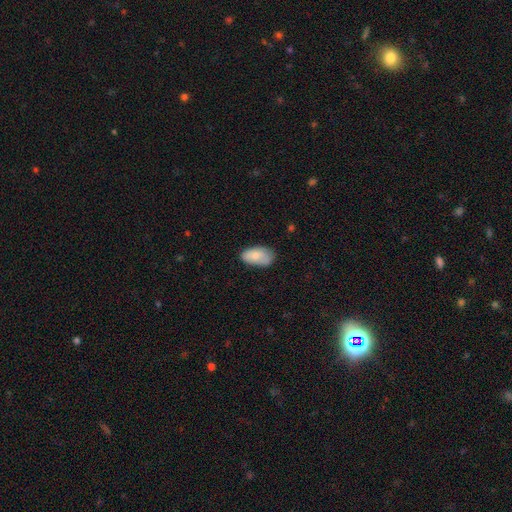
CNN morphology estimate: smooth 82%, featured or disk 12%, star or artifact 7%. Down the decision tree: how rounded — in between (94%); merging — none (66%).